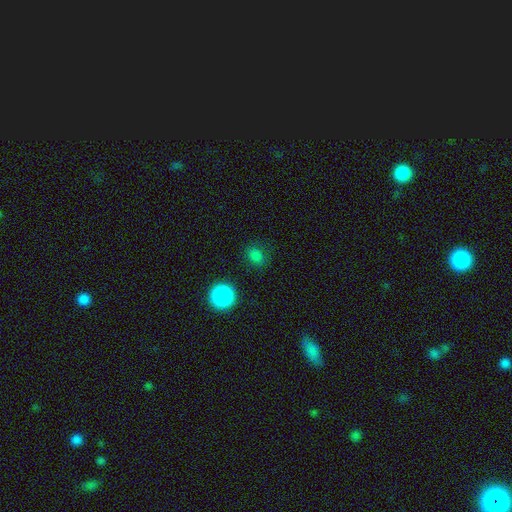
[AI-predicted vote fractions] This is likely a smooth galaxy (77%). How rounded: likely round (74%). Merging: clearly none (83%).